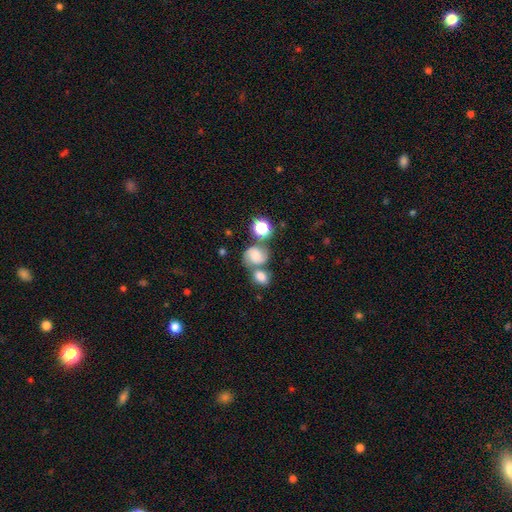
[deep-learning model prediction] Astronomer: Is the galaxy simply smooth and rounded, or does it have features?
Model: featured or disk — 46% (runner-up: smooth, 42%).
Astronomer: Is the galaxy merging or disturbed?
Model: none — 43% (runner-up: merger, 36%).